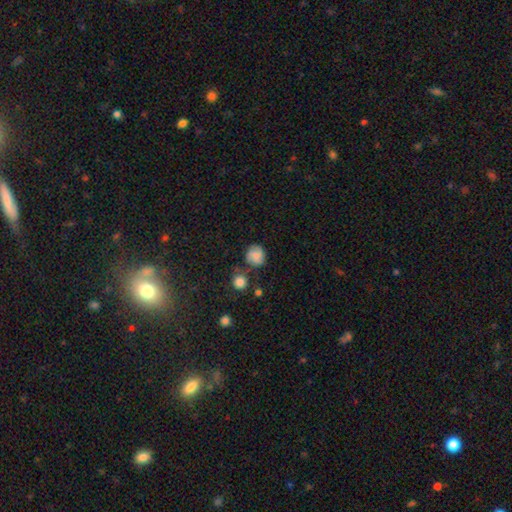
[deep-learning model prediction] This appears to be a smooth galaxy with no disk features (68%) that is round (83%). Merging: none (63%).